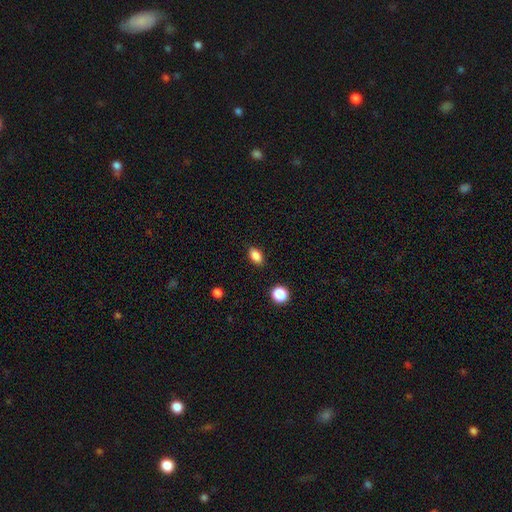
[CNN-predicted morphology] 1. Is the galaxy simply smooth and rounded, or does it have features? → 86% smooth, 9% star or artifact, 4% featured or disk.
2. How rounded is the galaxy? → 86% in between, 10% round, 4% cigar-shaped.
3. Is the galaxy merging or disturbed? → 87% none, 9% minor disturbance, 2% major disturbance, 1% merger.